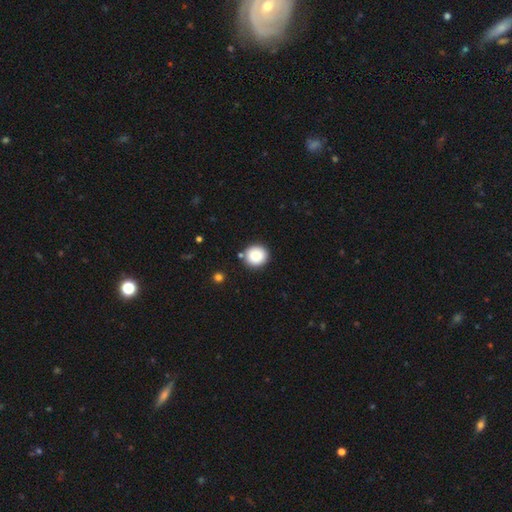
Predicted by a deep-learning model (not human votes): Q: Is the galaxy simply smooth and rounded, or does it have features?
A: smooth — 83%.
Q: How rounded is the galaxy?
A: round — 92%.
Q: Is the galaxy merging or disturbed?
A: none — 87%.